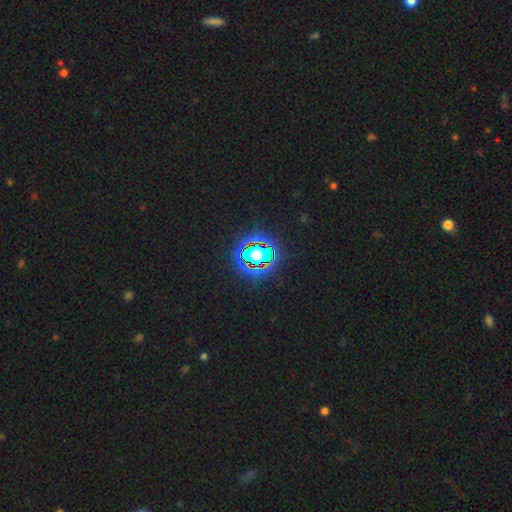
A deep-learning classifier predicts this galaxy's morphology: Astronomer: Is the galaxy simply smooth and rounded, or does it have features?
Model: star or artifact — 82%.